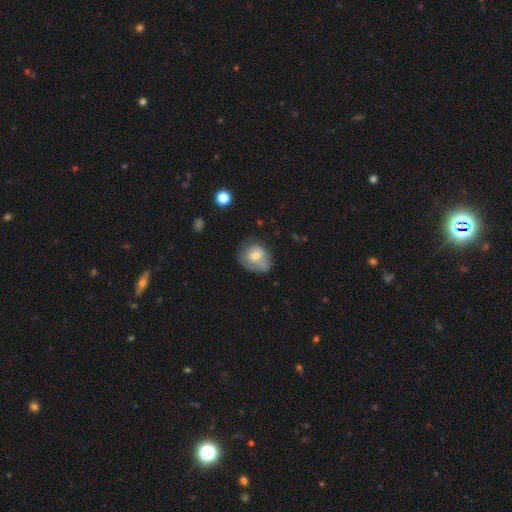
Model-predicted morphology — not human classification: Smooth or featured? smooth (64%)
How rounded? round (57%)
Merging? none (44%)